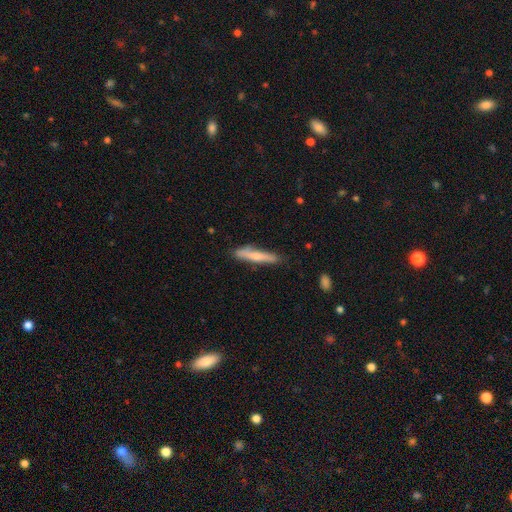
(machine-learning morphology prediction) Smooth or featured: smooth — 62% (featured or disk — 33%)
How rounded: cigar-shaped — 92% (in between — 7%)
Merging: none — 81% (minor disturbance — 15%)